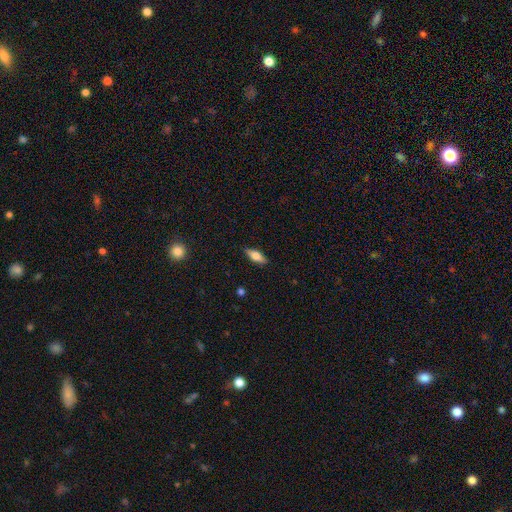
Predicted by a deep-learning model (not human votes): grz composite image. It shows a smooth galaxy with no disk features (61%) that is in between round and cigar-shaped (66%). Merging: none (87%).